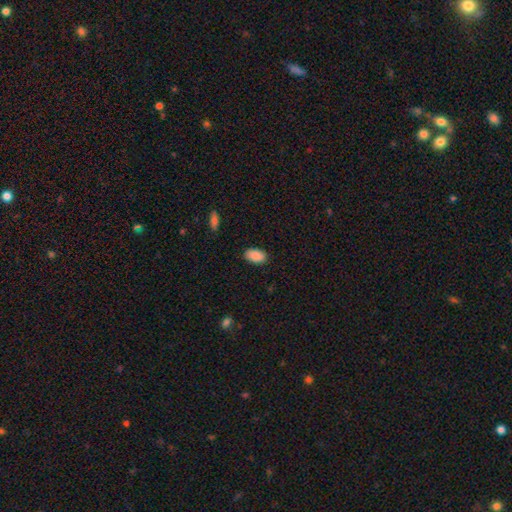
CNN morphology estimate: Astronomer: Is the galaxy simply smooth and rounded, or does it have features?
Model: smooth — 90%.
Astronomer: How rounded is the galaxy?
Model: in between — 92%.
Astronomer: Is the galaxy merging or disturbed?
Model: none — 85%.